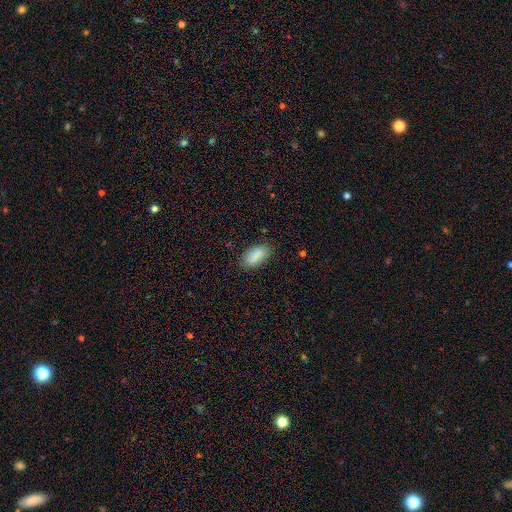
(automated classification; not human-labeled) smooth 84%, featured or disk 9%, star or artifact 7%. Down the decision tree: how rounded — in between (90%); merging — none (79%).